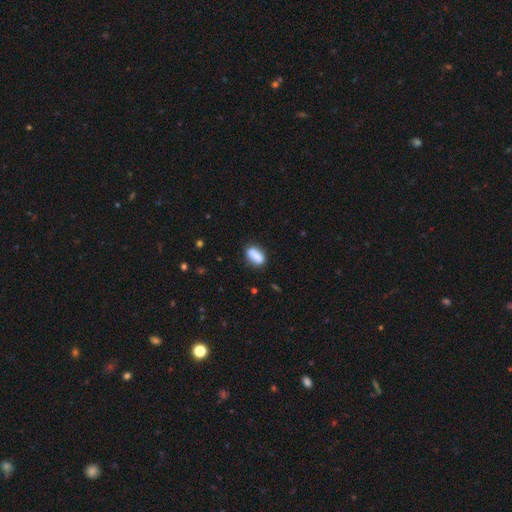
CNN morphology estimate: A smooth galaxy with no disk features (81%) that is in between round and cigar-shaped (88%). Merging: none (63%).